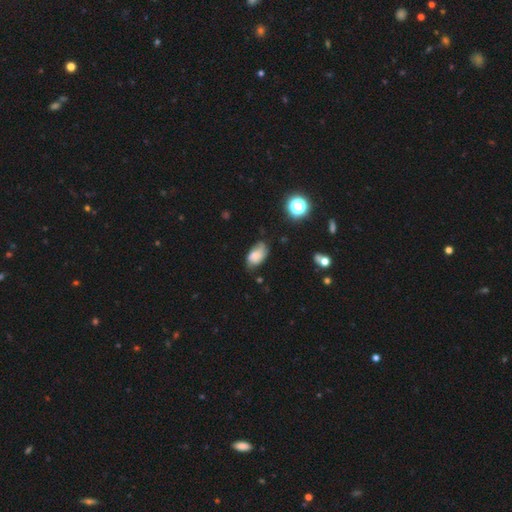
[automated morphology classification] The model was most divided on "merging": none: 54%, minor disturbance: 34%, major disturbance: 9%, merger: 3%. More confident: how rounded — in between (91%); smooth or featured — smooth (64%).